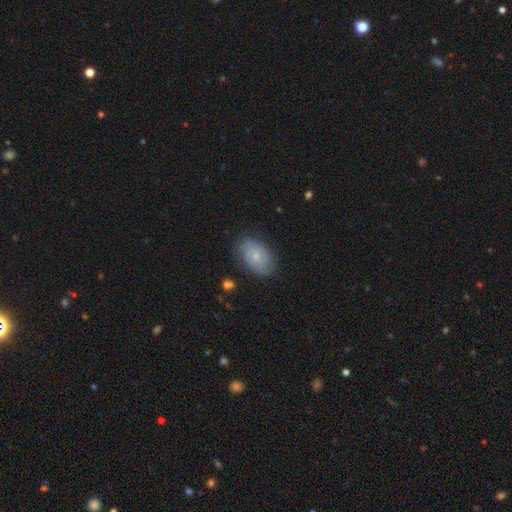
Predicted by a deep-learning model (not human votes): A smooth galaxy with no disk features (48%).

Vote fractions:
- Smooth or featured? smooth: 48% / featured or disk: 44% / star or artifact: 8%
- Merging? none: 76% / minor disturbance: 18% / major disturbance: 5% / merger: 1%